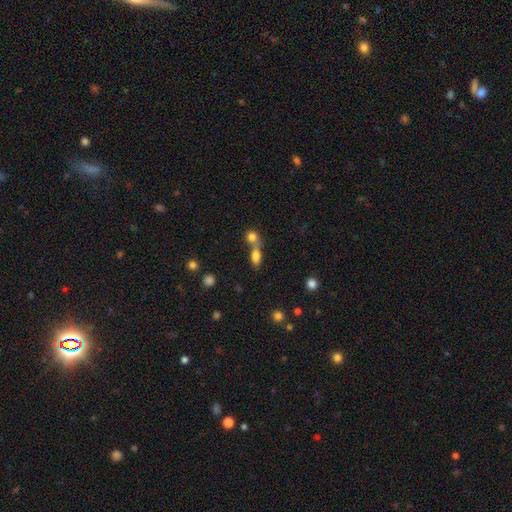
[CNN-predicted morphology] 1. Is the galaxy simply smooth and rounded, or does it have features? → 78% smooth, 12% featured or disk, 10% star or artifact.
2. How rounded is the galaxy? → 76% in between, 12% round, 12% cigar-shaped.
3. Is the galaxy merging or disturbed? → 55% merger, 33% none, 8% minor disturbance, 4% major disturbance.